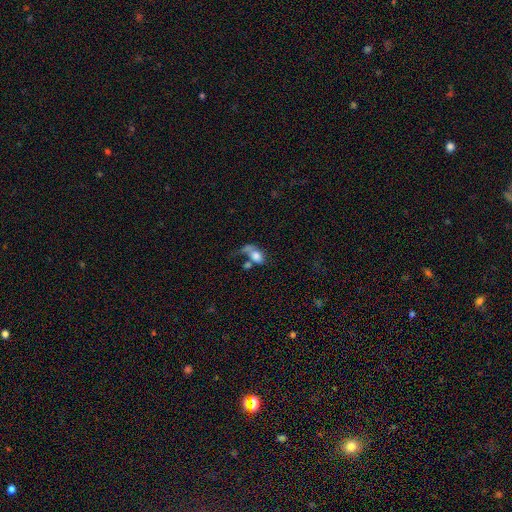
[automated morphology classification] smooth 65%, featured or disk 25%, star or artifact 10%. Down the decision tree: how rounded — in between (79%); merging — merger (38%).